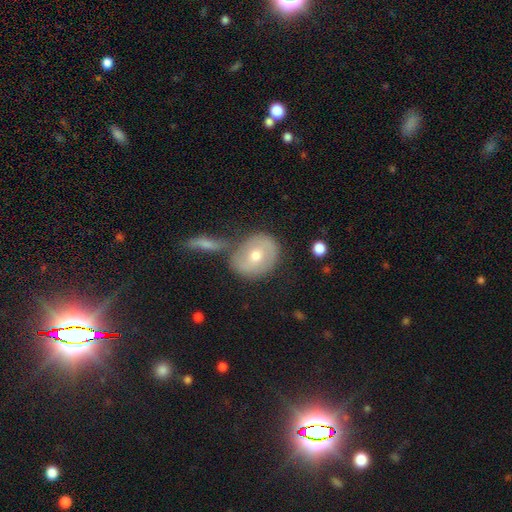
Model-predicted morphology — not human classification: type=smooth (52%); roundness=round (60%); merging=none (57%).